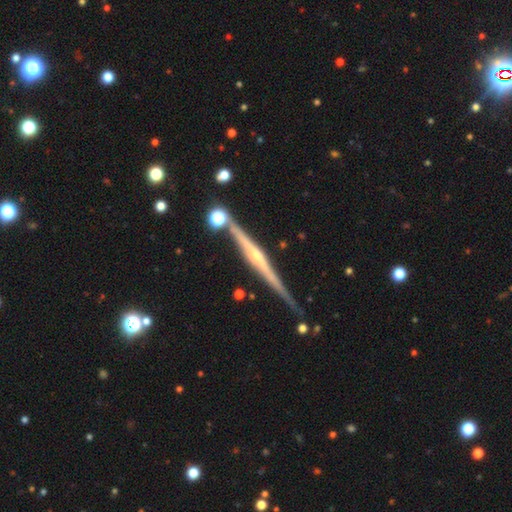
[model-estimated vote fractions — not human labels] This is clearly a featured or disk galaxy (82%). It is clearly viewed edge-on (98%). Edge-on bulge: likely rounded (66%). Merging: clearly none (82%).